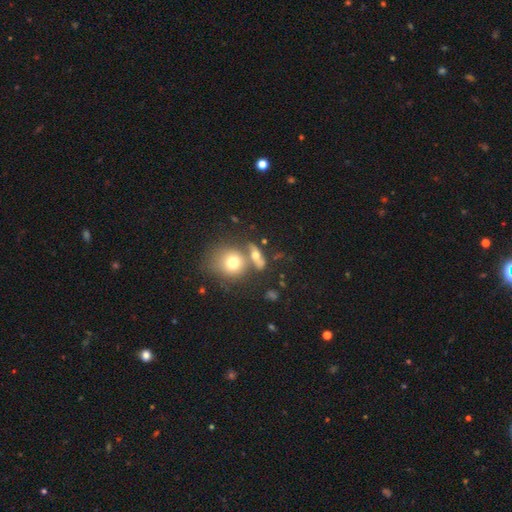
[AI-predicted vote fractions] Smooth or featured: smooth — 55% (featured or disk — 34%)
How rounded: in between — 48% (round — 33%)
Merging: none — 49% (merger — 32%)